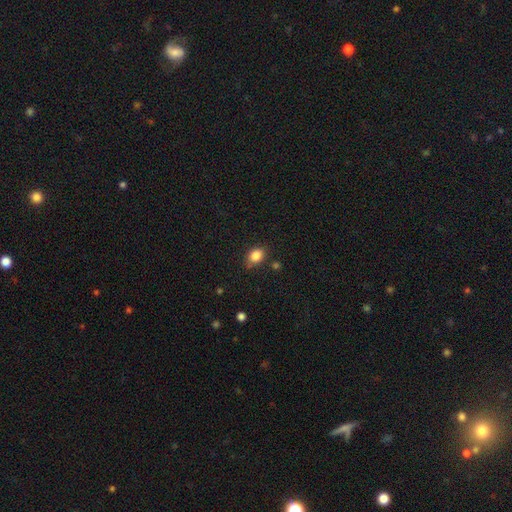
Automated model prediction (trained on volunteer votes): This is clearly a smooth galaxy (85%). How rounded: likely in between (61%). Merging: likely none (76%).